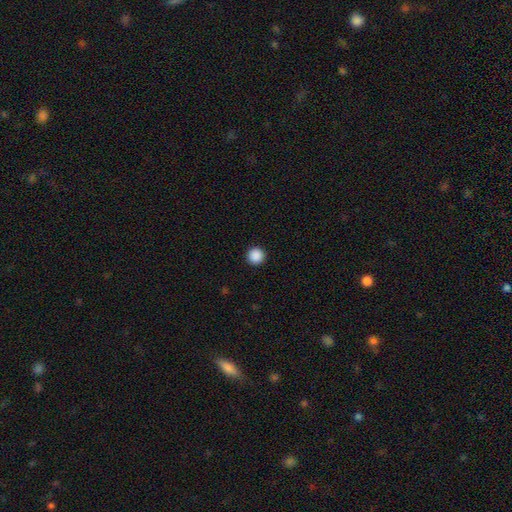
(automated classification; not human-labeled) This is clearly a smooth galaxy (89%). How rounded: clearly round (96%). Merging: clearly none (93%).